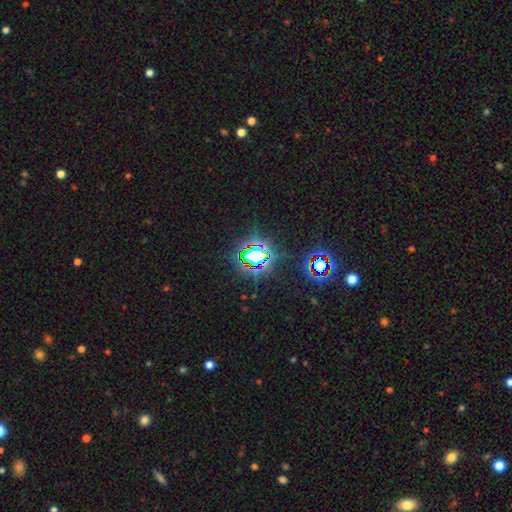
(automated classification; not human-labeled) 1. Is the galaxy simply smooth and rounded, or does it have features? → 76% star or artifact, 14% smooth, 10% featured or disk.